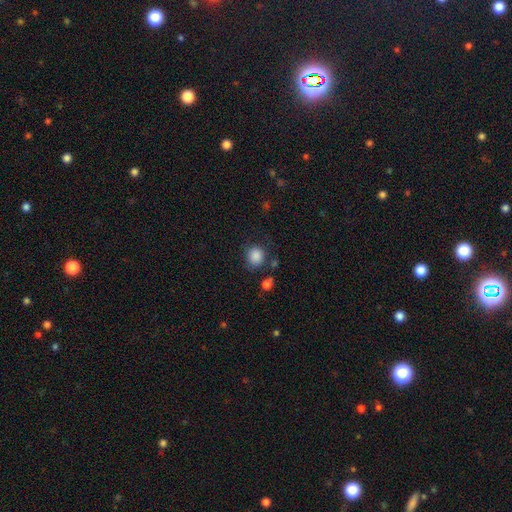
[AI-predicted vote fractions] A smooth galaxy with no disk features (87%) that is round (82%). Merging: none (76%).